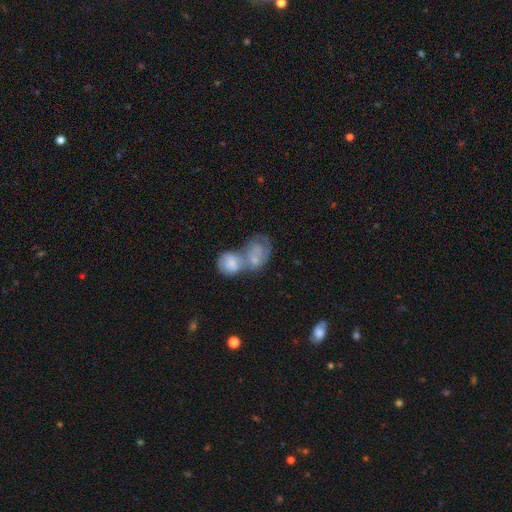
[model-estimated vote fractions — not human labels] smooth_or_featured: smooth (p=0.61) [alt: featured or disk p=0.32]
how_rounded: in between (p=0.63) [alt: round p=0.35]
merging: merger (p=0.77) [alt: none p=0.10]